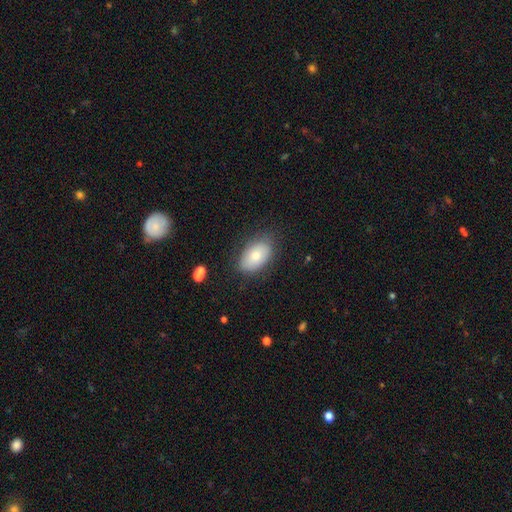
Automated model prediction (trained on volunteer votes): Morphology: type=smooth (75%); roundness=in between (92%); merging=none (77%).